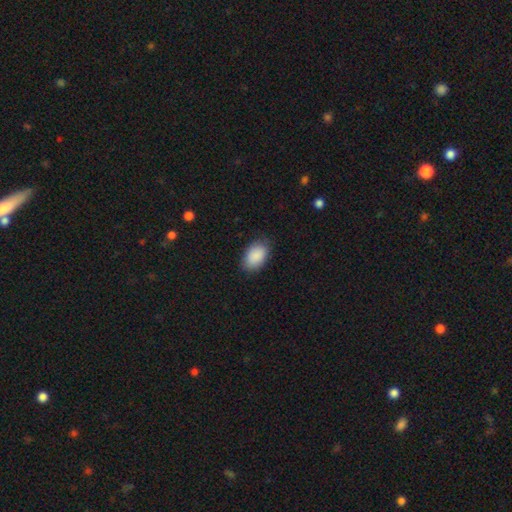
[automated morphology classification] A smooth galaxy with no disk features (90%) that is in between round and cigar-shaped (91%).

Vote fractions:
- Smooth or featured? smooth: 90% / star or artifact: 6% / featured or disk: 4%
- How rounded? in between: 91% / round: 8% / cigar-shaped: 1%
- Merging? none: 81% / minor disturbance: 15% / major disturbance: 3% / merger: 1%